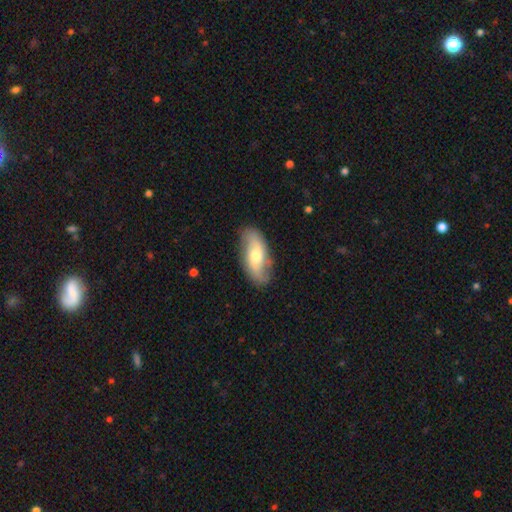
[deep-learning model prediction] smooth-or-featured: featured or disk: 57% | smooth: 37% | star or artifact: 6%
  disk-edge-on: no: 87% | yes: 13%
  merging: none: 82% | minor disturbance: 14% | major disturbance: 3% | merger: 1%